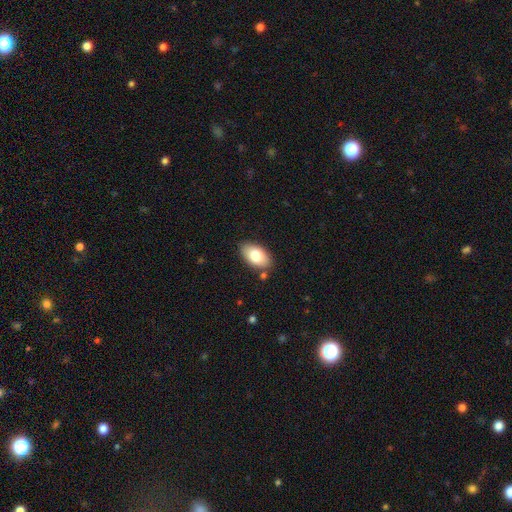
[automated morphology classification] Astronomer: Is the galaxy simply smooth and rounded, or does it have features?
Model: smooth — 80%.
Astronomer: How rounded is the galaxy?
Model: in between — 93%.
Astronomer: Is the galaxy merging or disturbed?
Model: none — 83%.